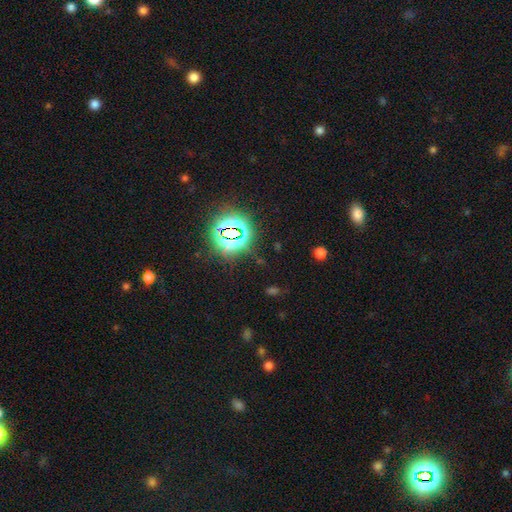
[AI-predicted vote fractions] Q: Smooth or featured?
A: star or artifact (77%); runner-up: smooth (15%)